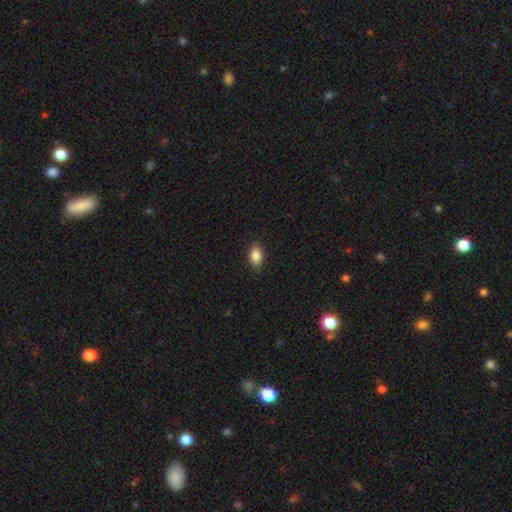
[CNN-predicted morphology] type=smooth (86%); roundness=in between (87%); merging=none (87%).